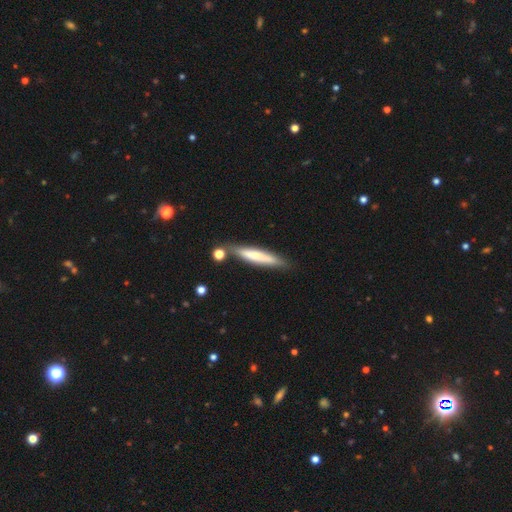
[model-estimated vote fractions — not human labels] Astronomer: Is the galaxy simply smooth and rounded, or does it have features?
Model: smooth — 61%.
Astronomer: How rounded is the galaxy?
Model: cigar-shaped — 89%.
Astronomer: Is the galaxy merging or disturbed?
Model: none — 74%.